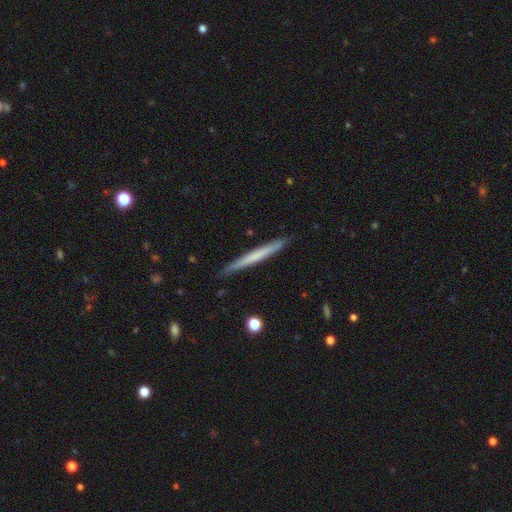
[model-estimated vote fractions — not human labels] The model was most divided on "smooth or featured": smooth: 55%, featured or disk: 39%, star or artifact: 5%. More confident: how rounded — cigar-shaped (97%); merging — none (89%).